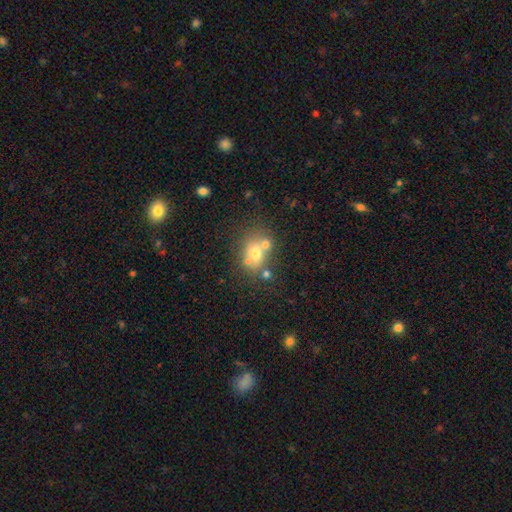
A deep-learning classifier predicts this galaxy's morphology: Overall: smooth (57%; featured or disk 24%). How rounded: round (58%; in between 40%). Merging: none (45%; merger 39%).